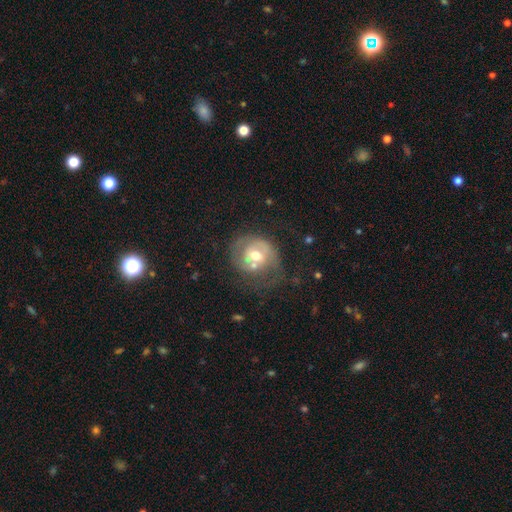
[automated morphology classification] Smooth or featured?
  - featured or disk: 55% *
  - smooth: 37%
  - star or artifact: 8%
Edge-on disk?
  - no: 96% *
  - yes: 4%
Bar?
  - no: 65% *
  - weak: 27%
  - strong: 8%
Spiral arms?
  - no: 51% *
  - yes: 49%
Bulge size?
  - moderate: 73% *
  - small: 16%
  - large: 9%
  - none: 1%
  - dominant: 1%
Merging?
  - none: 37% *
  - major disturbance: 22%
  - minor disturbance: 21%
  - merger: 19%